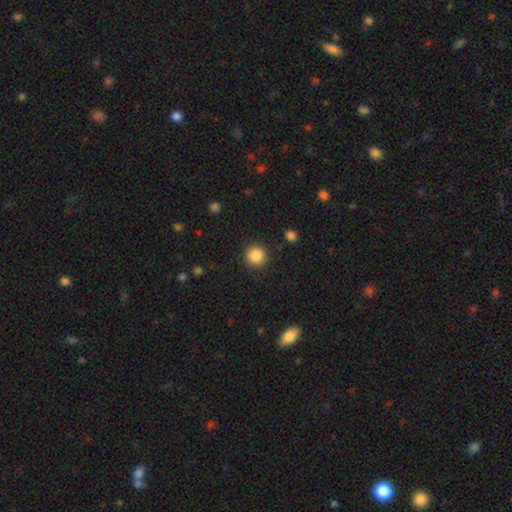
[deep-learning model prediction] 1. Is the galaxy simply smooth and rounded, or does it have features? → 86% smooth, 10% star or artifact, 4% featured or disk.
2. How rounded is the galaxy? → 94% round, 5% in between, 1% cigar-shaped.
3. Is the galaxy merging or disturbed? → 91% none, 6% minor disturbance, 2% major disturbance, 1% merger.